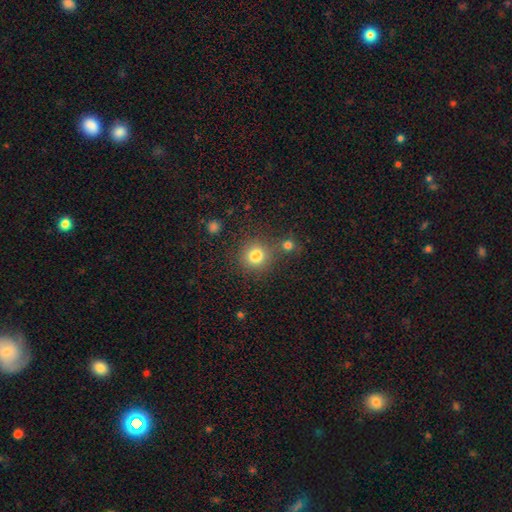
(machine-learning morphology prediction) smooth 80%, star or artifact 13%, featured or disk 7%. Down the decision tree: how rounded — round (91%); merging — none (70%).